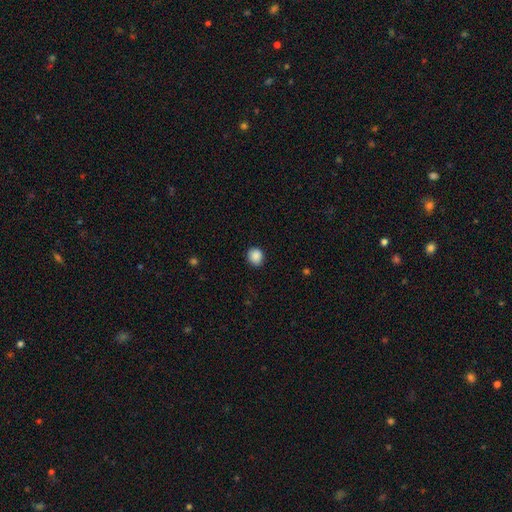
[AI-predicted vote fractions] smooth 88%, star or artifact 9%, featured or disk 3%. Down the decision tree: how rounded — round (82%); merging — none (87%).